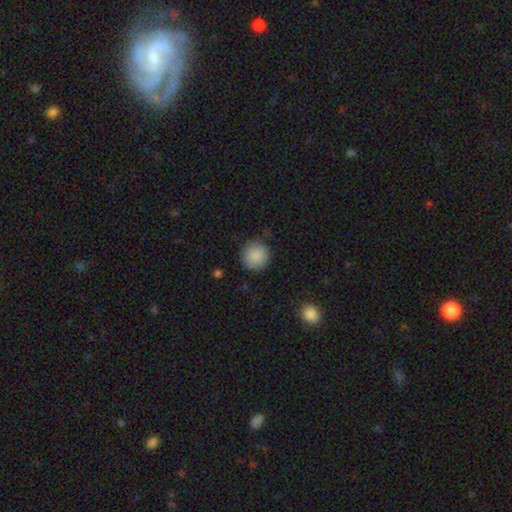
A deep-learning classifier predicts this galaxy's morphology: The model was most divided on "merging": none: 85%, minor disturbance: 11%, major disturbance: 3%, merger: 1%. More confident: how rounded — round (93%); smooth or featured — smooth (88%).